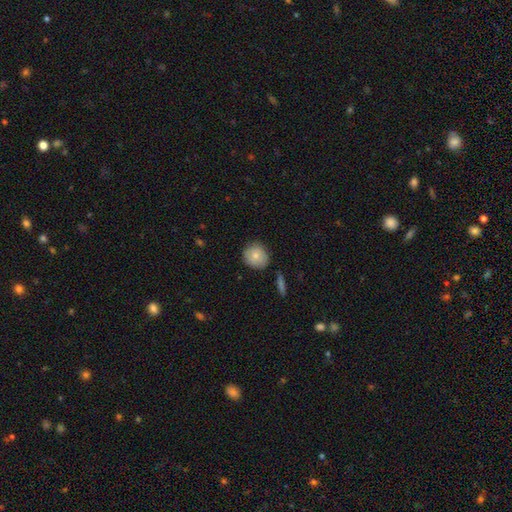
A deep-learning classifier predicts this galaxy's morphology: Smooth or featured? smooth (74%)
How rounded? round (86%)
Merging? none (82%)